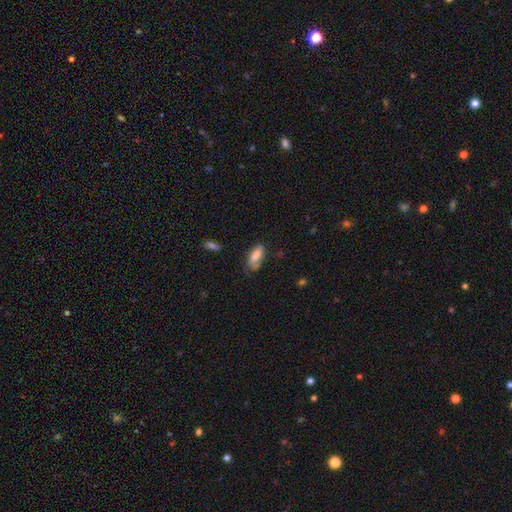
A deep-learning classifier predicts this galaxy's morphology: This is likely a smooth galaxy (79%). How rounded: clearly in between (81%). Merging: possibly none (57%).